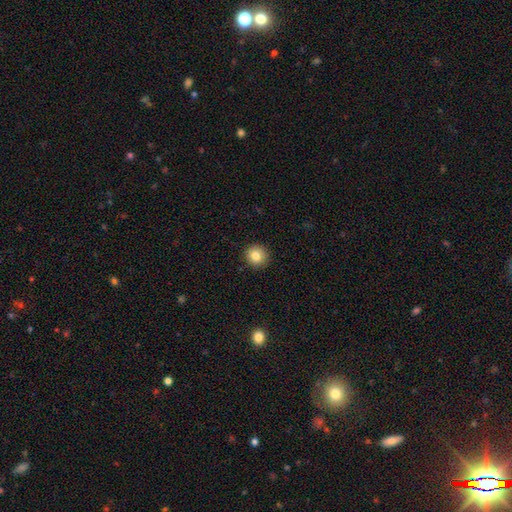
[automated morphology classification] Smooth or featured: smooth — 83% (star or artifact — 10%)
How rounded: round — 93% (in between — 6%)
Merging: none — 92% (minor disturbance — 5%)